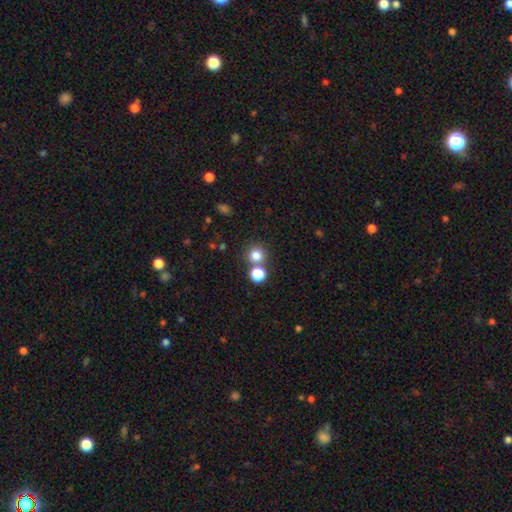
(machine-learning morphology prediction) Smooth or featured? smooth (80%)
How rounded? round (92%)
Merging? none (68%)